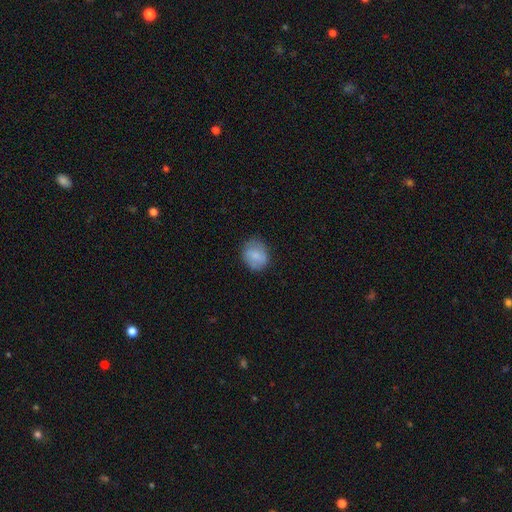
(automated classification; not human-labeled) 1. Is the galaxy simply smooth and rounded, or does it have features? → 77% smooth, 16% featured or disk, 7% star or artifact.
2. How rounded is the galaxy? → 62% round, 37% in between, 1% cigar-shaped.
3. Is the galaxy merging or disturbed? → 77% none, 17% minor disturbance, 5% major disturbance, 1% merger.